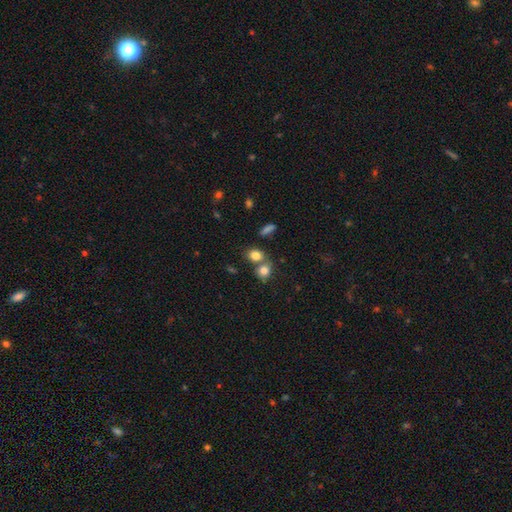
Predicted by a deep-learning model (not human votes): smooth 81%, star or artifact 12%, featured or disk 8%. Down the decision tree: how rounded — round (56%); merging — none (50%).